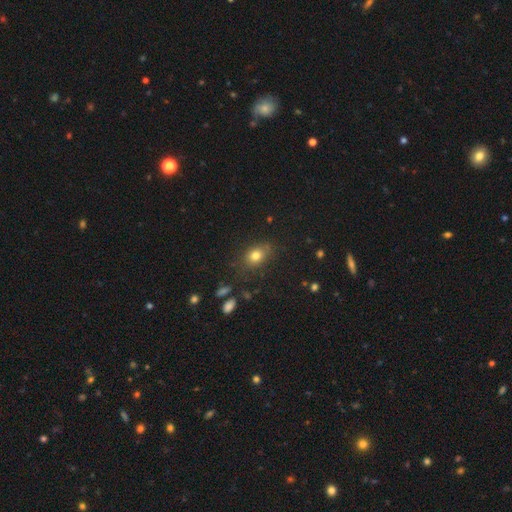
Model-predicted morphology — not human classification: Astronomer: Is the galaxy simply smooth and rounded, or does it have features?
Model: smooth — 78%.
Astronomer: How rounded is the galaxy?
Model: in between — 56% (runner-up: round, 42%).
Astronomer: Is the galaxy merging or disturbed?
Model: none — 75%.